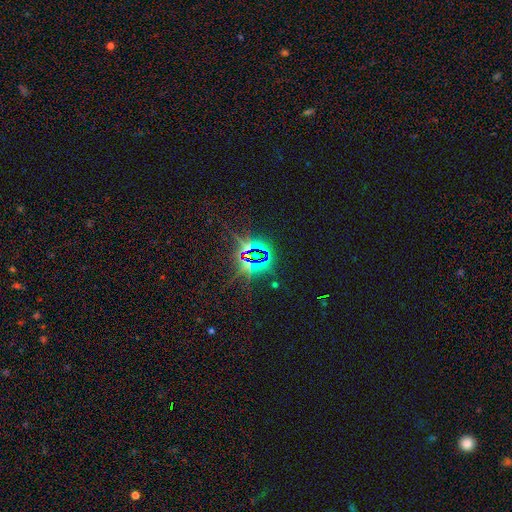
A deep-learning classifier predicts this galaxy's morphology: The model was most divided on "smooth or featured": star or artifact: 83%, featured or disk: 9%, smooth: 9%.